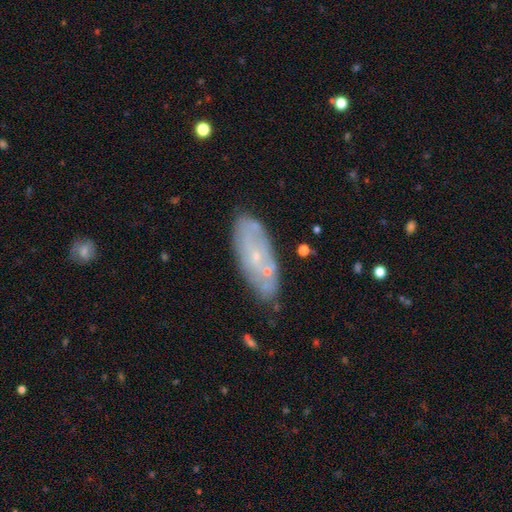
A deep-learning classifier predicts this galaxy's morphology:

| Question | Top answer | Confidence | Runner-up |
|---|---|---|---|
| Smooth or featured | featured or disk | 58% | smooth (34%) |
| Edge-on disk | no | 85% | yes (15%) |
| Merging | none | 72% | minor disturbance (18%) |